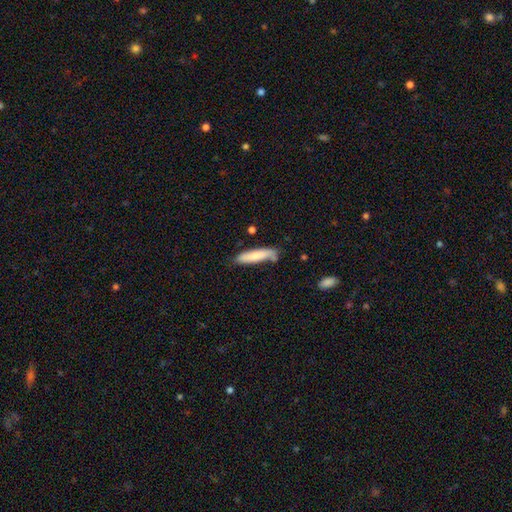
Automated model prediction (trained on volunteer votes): Smooth or featured? smooth (78%)
How rounded? cigar-shaped (77%)
Merging? none (66%)